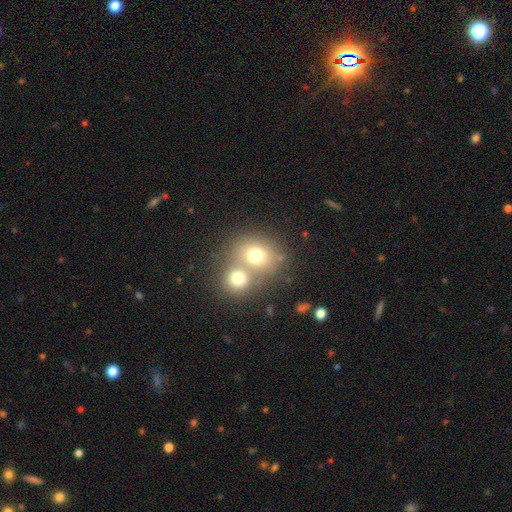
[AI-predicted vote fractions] Q: Smooth or featured?
A: smooth (71%); runner-up: featured or disk (16%)
Q: How rounded?
A: round (73%); runner-up: in between (26%)
Q: Merging?
A: merger (54%); runner-up: none (36%)